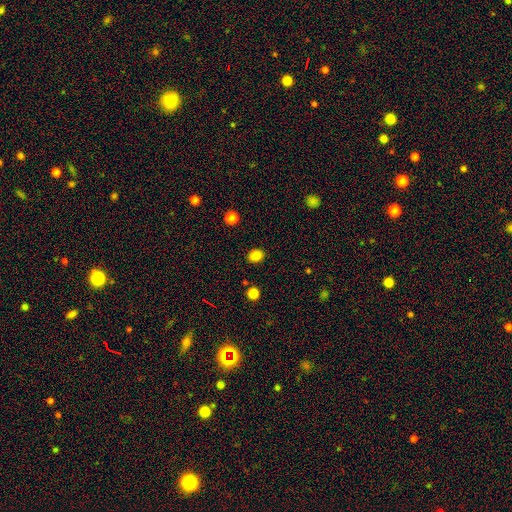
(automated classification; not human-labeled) Morphology: type=smooth (84%); roundness=round (57%); merging=none (89%).